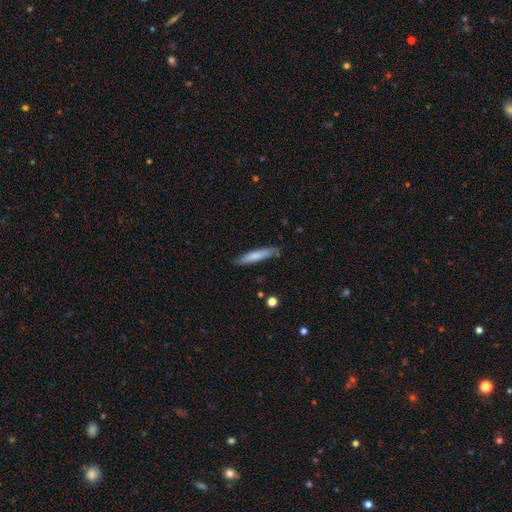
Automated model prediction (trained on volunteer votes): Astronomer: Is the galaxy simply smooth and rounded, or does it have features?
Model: smooth — 74%.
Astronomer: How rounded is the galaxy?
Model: cigar-shaped — 90%.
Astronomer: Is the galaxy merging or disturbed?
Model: none — 82%.